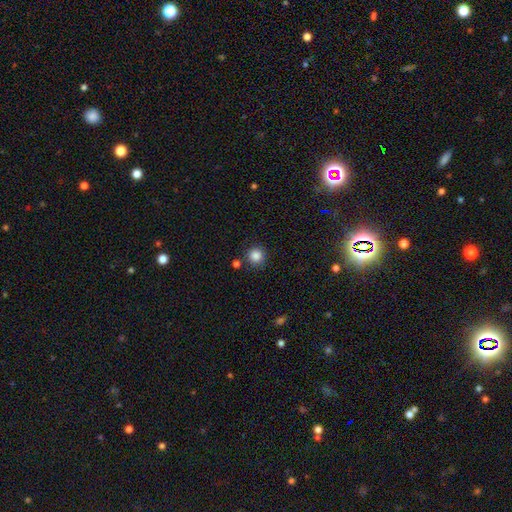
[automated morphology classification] Smooth or featured? smooth (86%)
How rounded? round (94%)
Merging? none (84%)